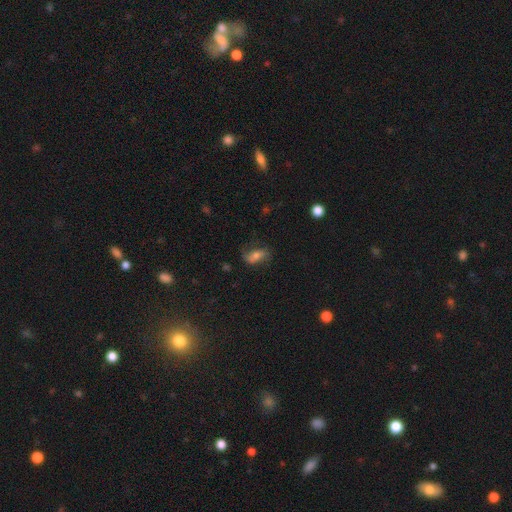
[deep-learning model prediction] Smooth or featured? smooth (46%)
Merging? none (62%)